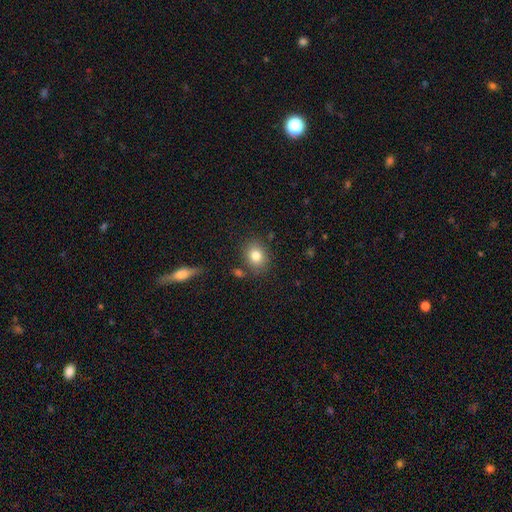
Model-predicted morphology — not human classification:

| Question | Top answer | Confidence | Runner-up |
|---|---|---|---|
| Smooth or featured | smooth | 81% | star or artifact (10%) |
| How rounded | round | 59% | in between (40%) |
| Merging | none | 80% | minor disturbance (12%) |